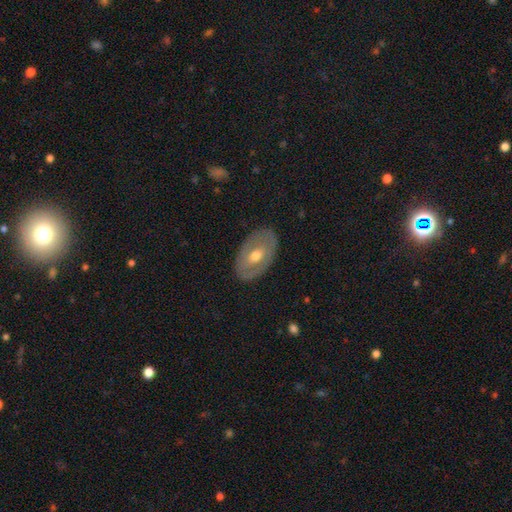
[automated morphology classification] smooth_or_featured: featured or disk (p=0.54) [alt: smooth p=0.40]
disk_edge_on: no (p=0.89) [alt: yes p=0.11]
merging: none (p=0.83) [alt: minor disturbance p=0.12]